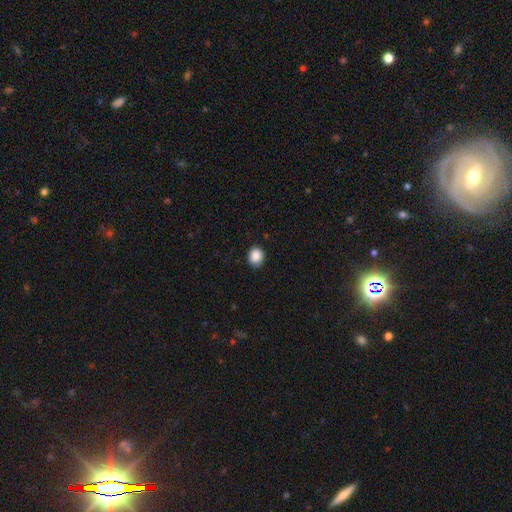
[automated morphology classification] The model was most divided on "how rounded": round: 66%, in between: 33%, cigar-shaped: 1%. More confident: smooth or featured — smooth (88%); merging — none (85%).